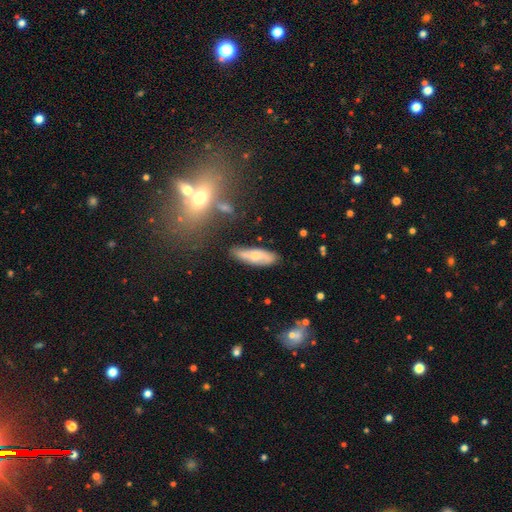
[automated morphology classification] Smooth or featured? Predicted: smooth (p=0.49). Merging? Predicted: none (p=0.74).